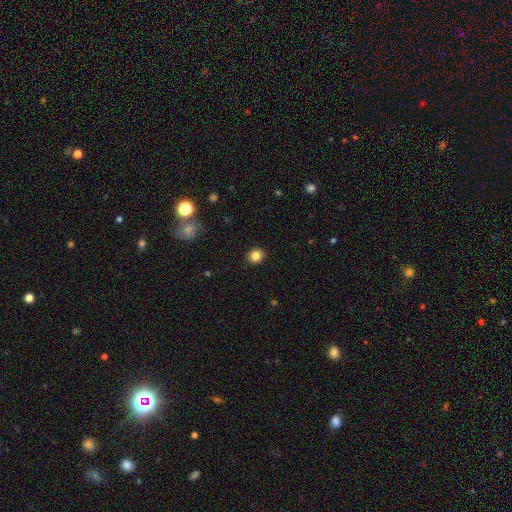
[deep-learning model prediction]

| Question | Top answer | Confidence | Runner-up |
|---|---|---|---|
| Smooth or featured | smooth | 84% | star or artifact (11%) |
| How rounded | round | 81% | in between (18%) |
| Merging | none | 91% | minor disturbance (6%) |